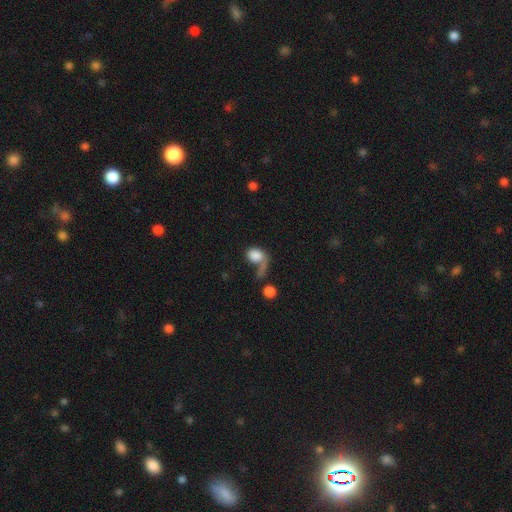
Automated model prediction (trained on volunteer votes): Overall: smooth (76%). How rounded: in between (56%; round 42%). Merging: major disturbance (32%; merger 28%).